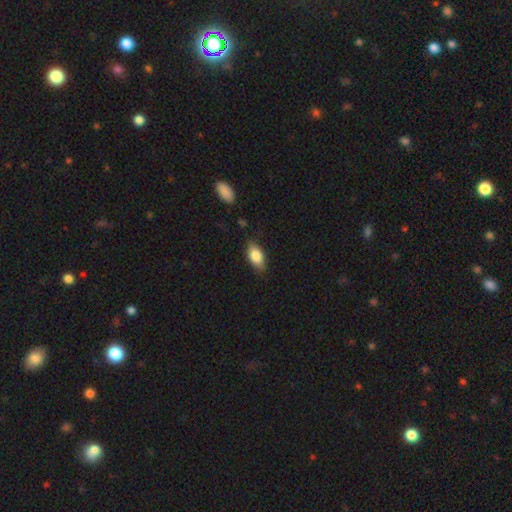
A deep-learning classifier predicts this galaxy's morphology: smooth 76%, featured or disk 17%, star or artifact 7%. Down the decision tree: how rounded — in between (86%); merging — none (79%).